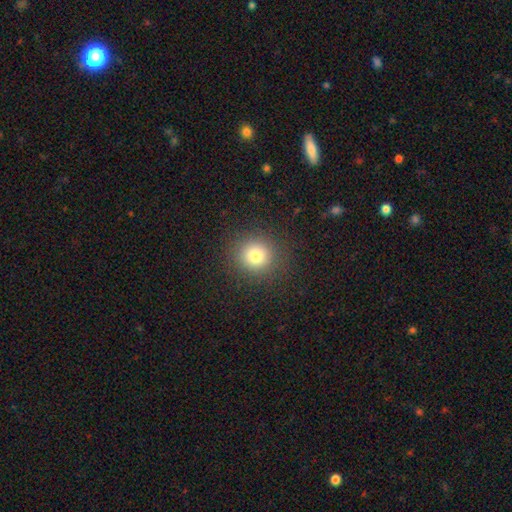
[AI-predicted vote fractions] smooth-or-featured: smooth: 78% | star or artifact: 14% | featured or disk: 8%
  how-rounded: round: 91% | in between: 9% | cigar-shaped: 1%
  merging: none: 89% | minor disturbance: 7% | major disturbance: 3% | merger: 1%